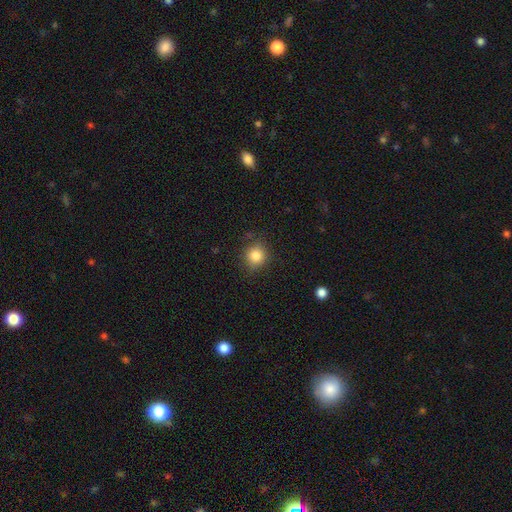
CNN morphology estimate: A smooth galaxy with no disk features (83%) that is round (87%).

Vote fractions:
- Smooth or featured? smooth: 83% / star or artifact: 11% / featured or disk: 6%
- How rounded? round: 87% / in between: 12% / cigar-shaped: 1%
- Merging? none: 84% / minor disturbance: 12% / major disturbance: 3% / merger: 1%